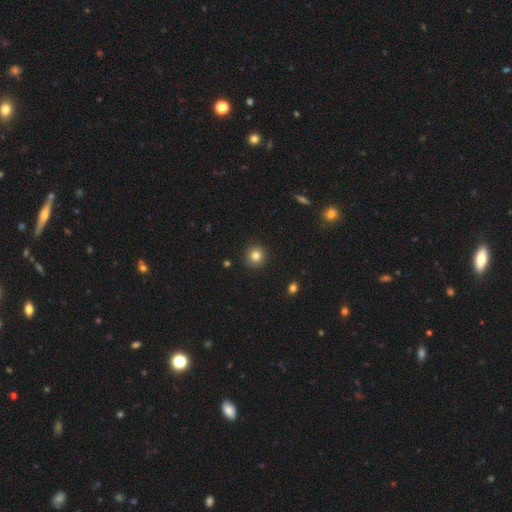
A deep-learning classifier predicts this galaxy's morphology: Smooth or featured? Predicted: smooth (p=0.83). How rounded? Predicted: round (p=0.94). Merging? Predicted: none (p=0.92).